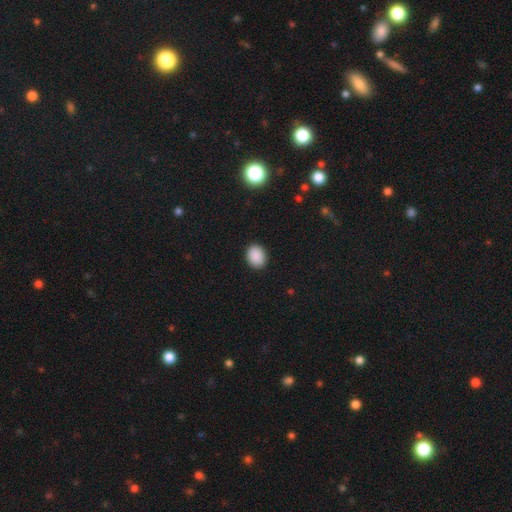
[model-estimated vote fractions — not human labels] Smooth or featured? smooth (89%)
How rounded? in between (55%)
Merging? none (88%)